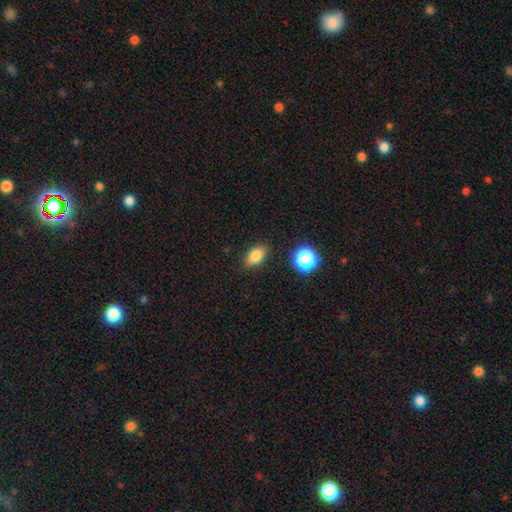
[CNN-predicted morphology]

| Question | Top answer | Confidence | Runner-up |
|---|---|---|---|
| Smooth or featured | smooth | 81% | star or artifact (11%) |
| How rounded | in between | 84% | round (12%) |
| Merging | none | 86% | minor disturbance (10%) |